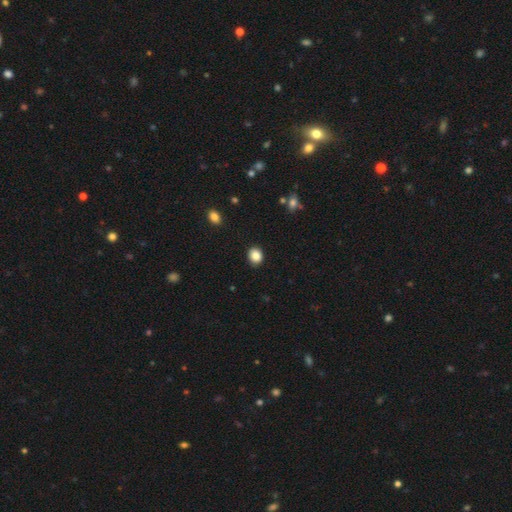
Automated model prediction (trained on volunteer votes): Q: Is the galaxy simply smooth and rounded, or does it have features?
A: smooth — 87%.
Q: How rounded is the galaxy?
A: round — 60%.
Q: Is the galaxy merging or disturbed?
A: none — 89%.